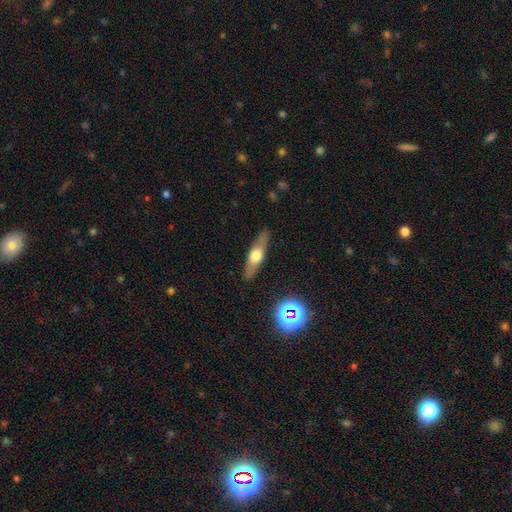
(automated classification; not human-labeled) Smooth or featured? Predicted: featured or disk (p=0.49). Merging? Predicted: none (p=0.88).